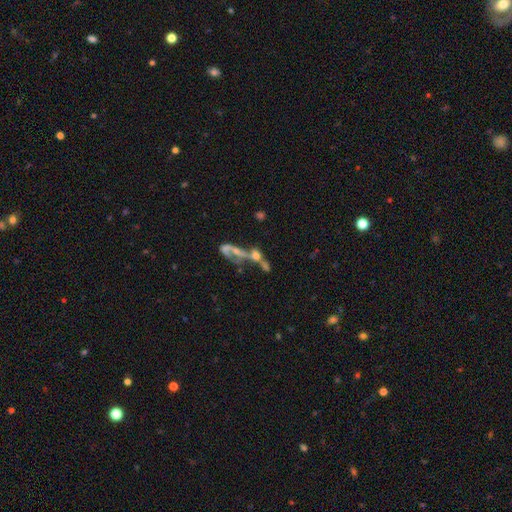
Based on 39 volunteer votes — This appears to be a featured or disk galaxy (46%) with no bar (73%), no spiral arms (53%) and a moderate central bulge (47%). Merging: merger (74%).